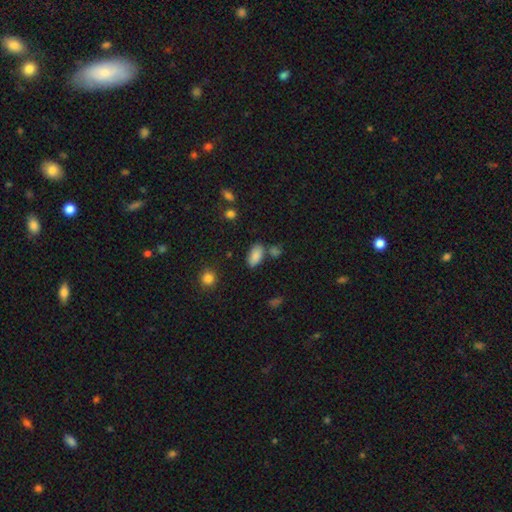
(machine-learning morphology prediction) Smooth or featured?
  - smooth: 85% *
  - star or artifact: 9%
  - featured or disk: 6%
How rounded?
  - in between: 93% *
  - round: 4%
  - cigar-shaped: 3%
Merging?
  - none: 70% *
  - minor disturbance: 14%
  - merger: 12%
  - major disturbance: 4%